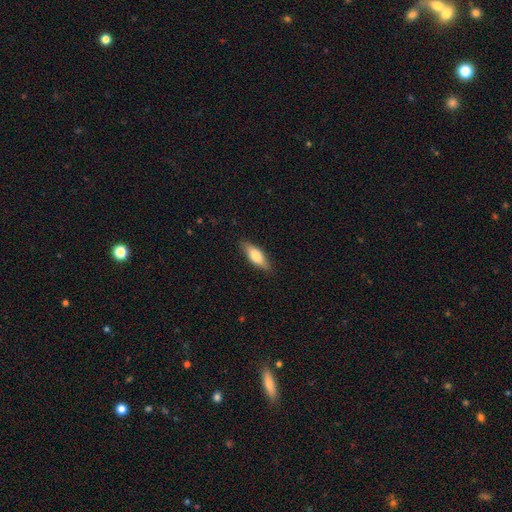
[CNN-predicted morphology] Smooth or featured?
  - smooth: 70% *
  - featured or disk: 24%
  - star or artifact: 6%
How rounded?
  - in between: 59% *
  - cigar-shaped: 39%
  - round: 2%
Merging?
  - none: 86% *
  - minor disturbance: 11%
  - major disturbance: 2%
  - merger: 1%